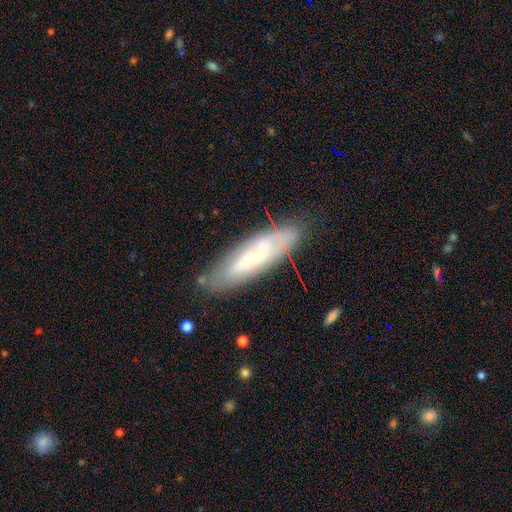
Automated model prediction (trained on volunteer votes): Overall: featured or disk (51%; smooth 42%). Edge-on disk: no (67%; yes 33%). Merging: none (76%).